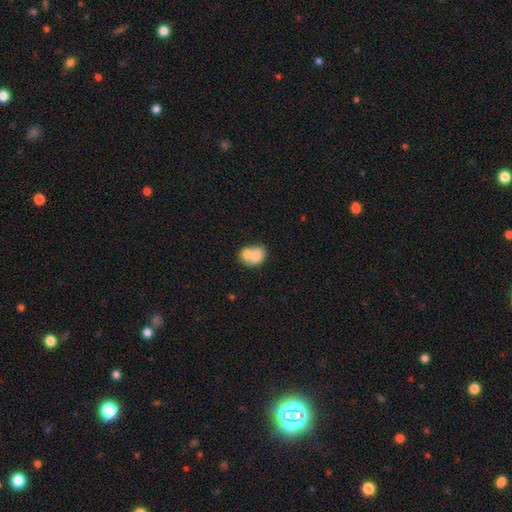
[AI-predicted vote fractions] Morphology: type=smooth (73%); roundness=in between (56%); merging=merger (66%).